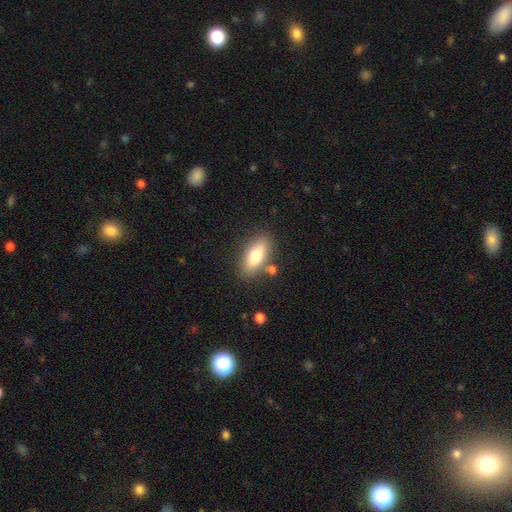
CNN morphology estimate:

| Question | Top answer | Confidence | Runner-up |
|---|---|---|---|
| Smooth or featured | smooth | 74% | featured or disk (18%) |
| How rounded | in between | 82% | cigar-shaped (14%) |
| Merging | none | 77% | minor disturbance (12%) |